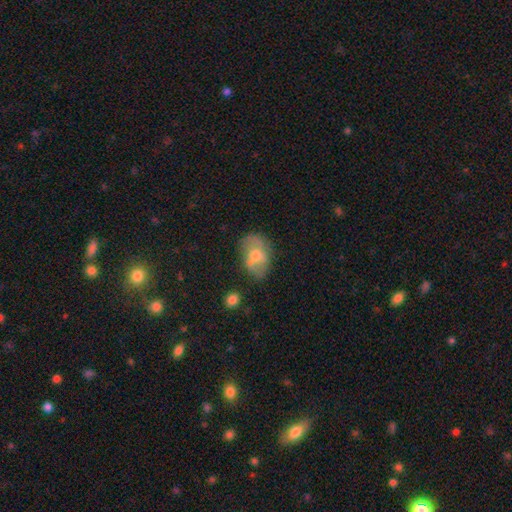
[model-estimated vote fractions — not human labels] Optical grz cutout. It shows a smooth galaxy with no disk features (50%). Merging: none (57%).